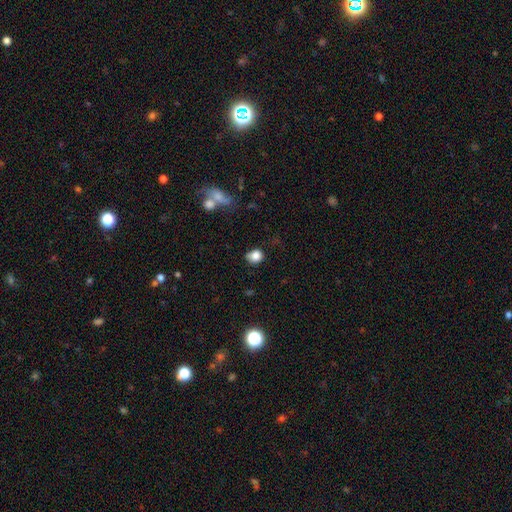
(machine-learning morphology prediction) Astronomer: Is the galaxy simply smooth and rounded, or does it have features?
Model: smooth — 82%.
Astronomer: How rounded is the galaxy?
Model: round — 68%.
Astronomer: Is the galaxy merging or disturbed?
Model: none — 60%.